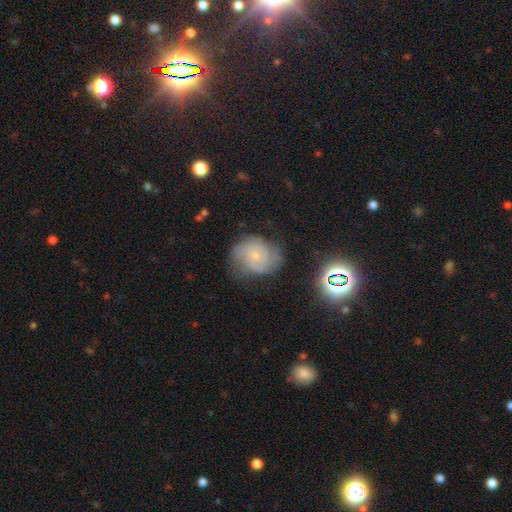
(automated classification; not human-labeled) Morphology: type=featured or disk (69%); edge-on=no (98%); bar=no (71%); spiral arms=yes (93%); winding=tight (52%); arm count=2 (46%); bulge=small (72%); merging=none (66%).